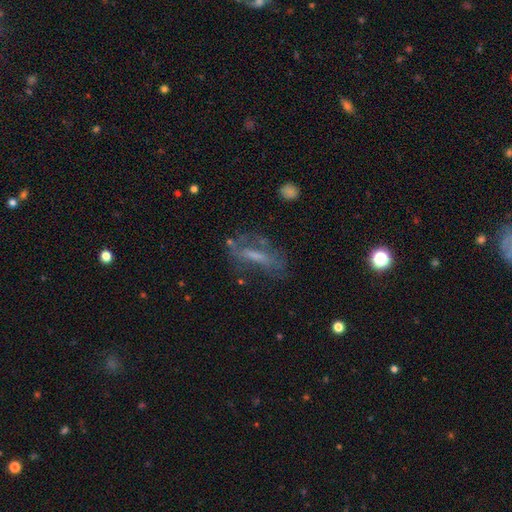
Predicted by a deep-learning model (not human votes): Smooth or featured? Predicted: featured or disk (p=0.50). Edge-on disk? Predicted: no (p=0.74). Merging? Predicted: none (p=0.53).